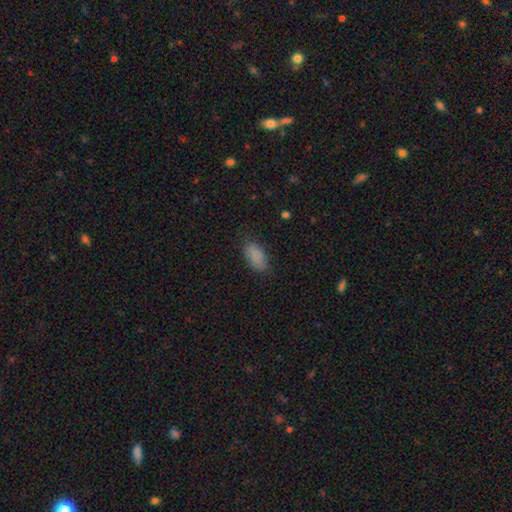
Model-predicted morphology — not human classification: smooth 87%, star or artifact 9%, featured or disk 5%. Down the decision tree: how rounded — in between (92%); merging — none (79%).